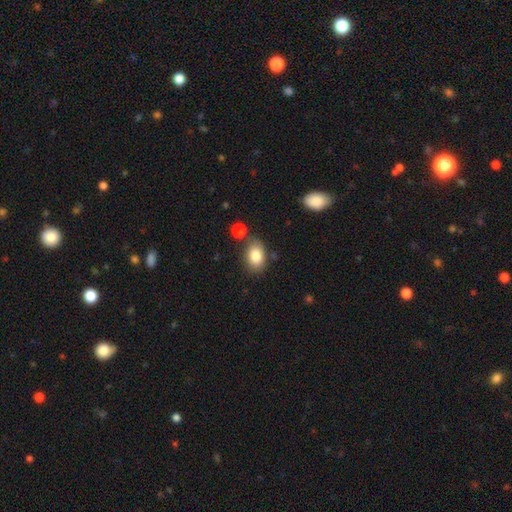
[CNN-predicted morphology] A smooth galaxy with no disk features (83%) that is in between round and cigar-shaped (82%).

Vote fractions:
- Smooth or featured? smooth: 83% / featured or disk: 9% / star or artifact: 8%
- How rounded? in between: 82% / round: 17% / cigar-shaped: 1%
- Merging? none: 74% / minor disturbance: 14% / merger: 8% / major disturbance: 4%